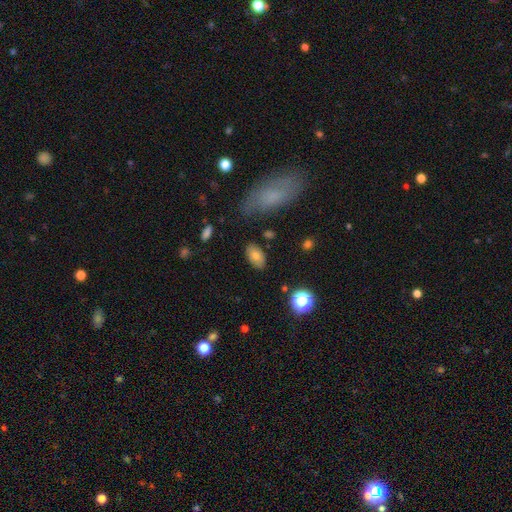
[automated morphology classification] Smooth or featured? smooth (76%)
How rounded? in between (92%)
Merging? none (82%)